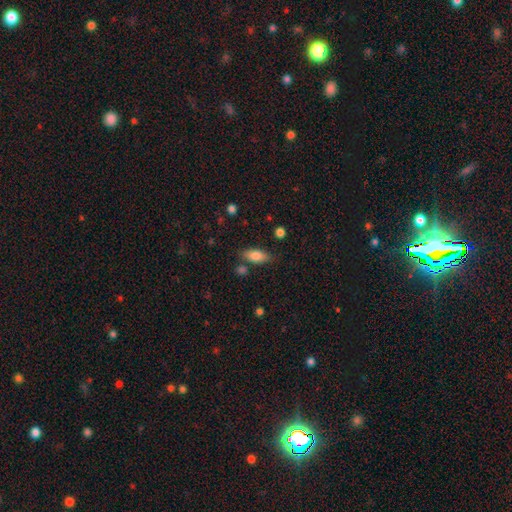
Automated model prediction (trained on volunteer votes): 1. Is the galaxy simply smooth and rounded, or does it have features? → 79% smooth, 14% featured or disk, 7% star or artifact.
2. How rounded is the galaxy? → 79% in between, 17% cigar-shaped, 3% round.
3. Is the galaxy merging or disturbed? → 76% none, 15% minor disturbance, 6% merger, 4% major disturbance.